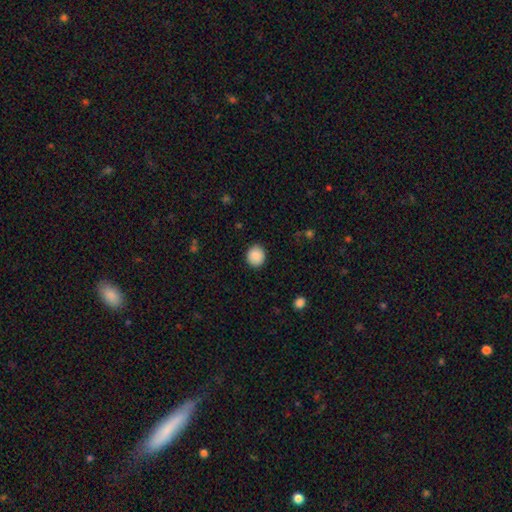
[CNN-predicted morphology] Overall: smooth (90%). How rounded: round (84%). Merging: none (90%).